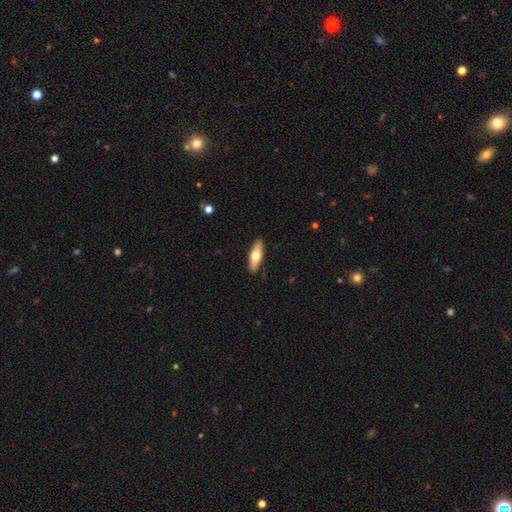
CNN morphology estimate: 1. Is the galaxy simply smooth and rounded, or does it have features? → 61% smooth, 33% featured or disk, 5% star or artifact.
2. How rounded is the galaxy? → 59% in between, 39% cigar-shaped, 3% round.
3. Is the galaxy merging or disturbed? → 89% none, 8% minor disturbance, 2% major disturbance, 1% merger.